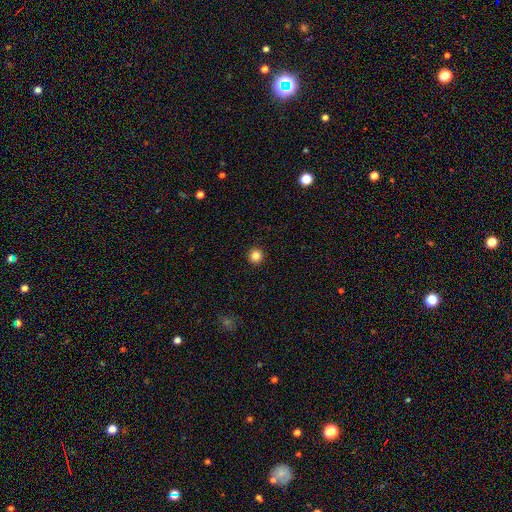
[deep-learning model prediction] Smooth or featured: smooth — 84% (star or artifact — 12%)
How rounded: round — 96% (in between — 3%)
Merging: none — 94% (minor disturbance — 4%)